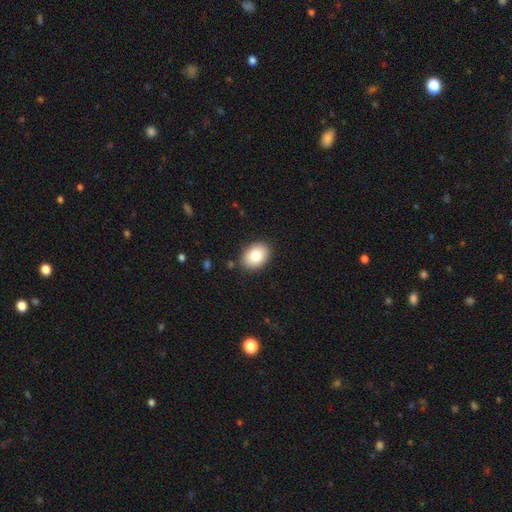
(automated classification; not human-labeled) This is clearly a smooth galaxy (81%). How rounded: likely in between (73%). Merging: clearly none (87%).